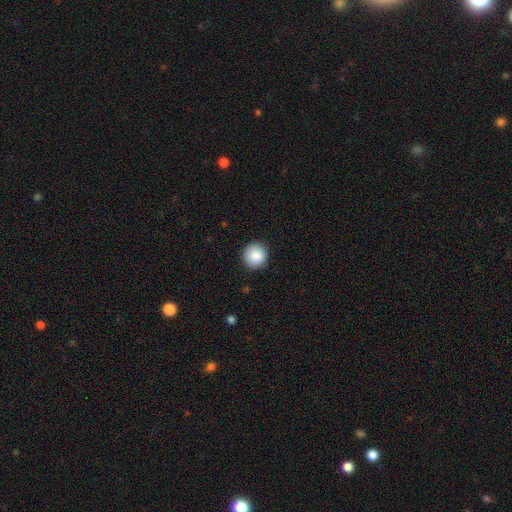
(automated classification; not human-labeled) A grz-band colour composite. It shows a smooth galaxy with no disk features (87%) that is round (93%). Merging: none (91%).